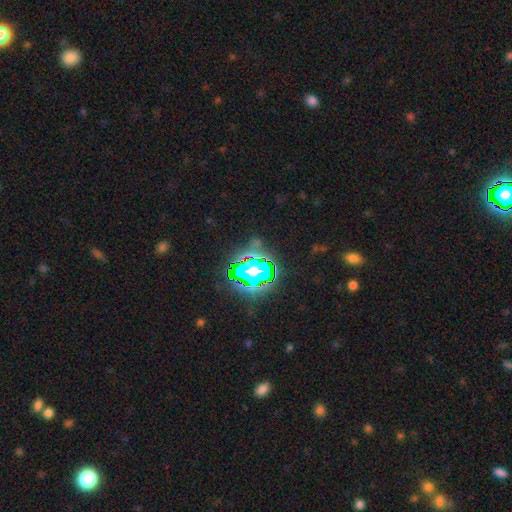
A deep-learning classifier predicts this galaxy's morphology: This appears to be a star or artifact, not a galaxy (80%).